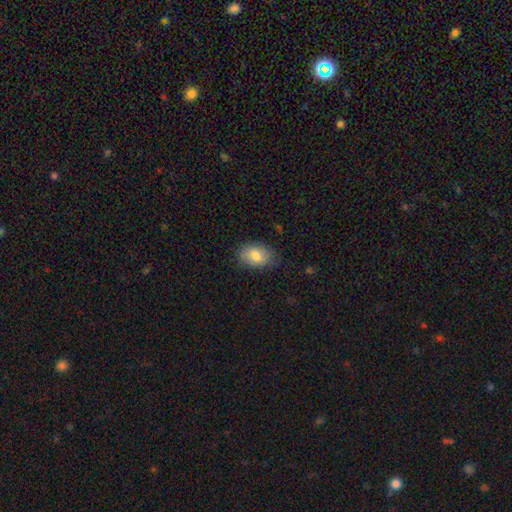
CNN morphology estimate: smooth-or-featured: smooth: 80% | featured or disk: 12% | star or artifact: 7%
  how-rounded: in between: 84% | round: 15% | cigar-shaped: 1%
  merging: none: 78% | minor disturbance: 18% | major disturbance: 3% | merger: 1%